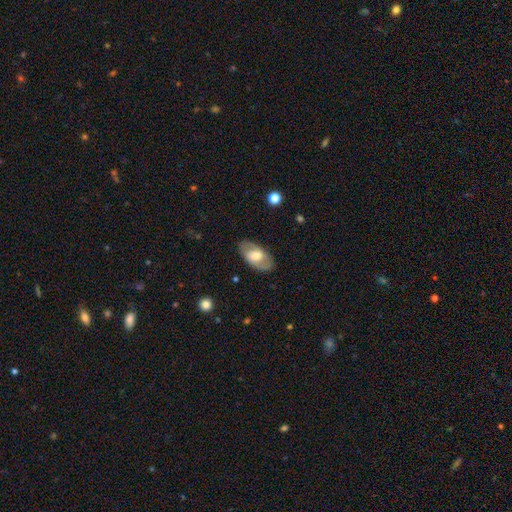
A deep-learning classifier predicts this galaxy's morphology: A smooth galaxy with no disk features (48%).

Vote fractions:
- Smooth or featured? smooth: 48% / featured or disk: 46% / star or artifact: 6%
- Merging? none: 83% / minor disturbance: 12% / major disturbance: 4% / merger: 1%